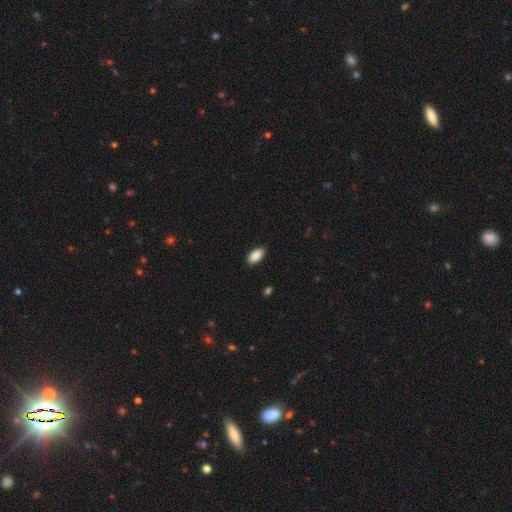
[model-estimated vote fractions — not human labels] This appears to be a smooth galaxy with no disk features (90%) that is in between round and cigar-shaped (94%). Merging: none (88%).